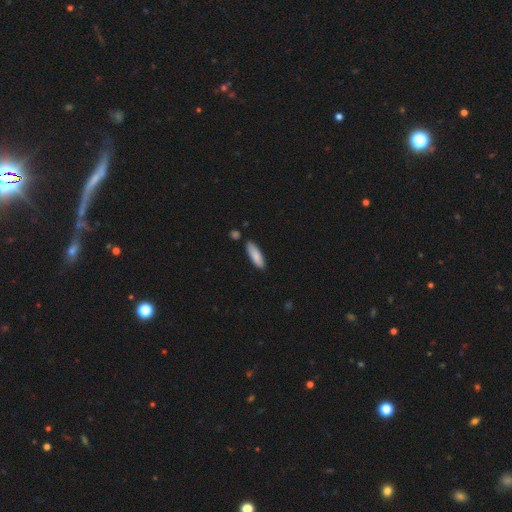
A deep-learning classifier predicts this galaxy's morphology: smooth 86%, featured or disk 9%, star or artifact 6%. Down the decision tree: how rounded — cigar-shaped (51%); merging — none (83%).